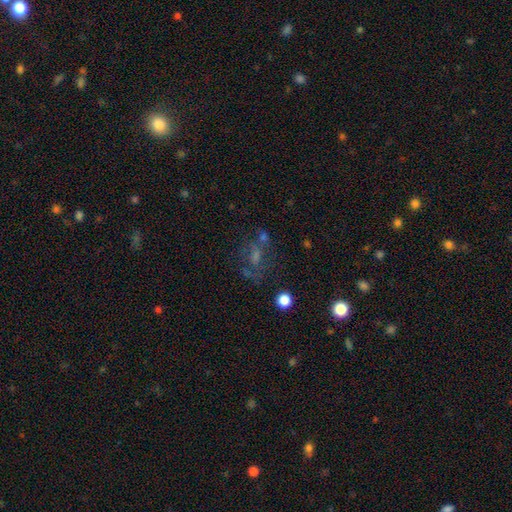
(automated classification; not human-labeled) Smooth or featured: featured or disk — 37% (star or artifact — 33%)
Merging: none — 51% (major disturbance — 20%)